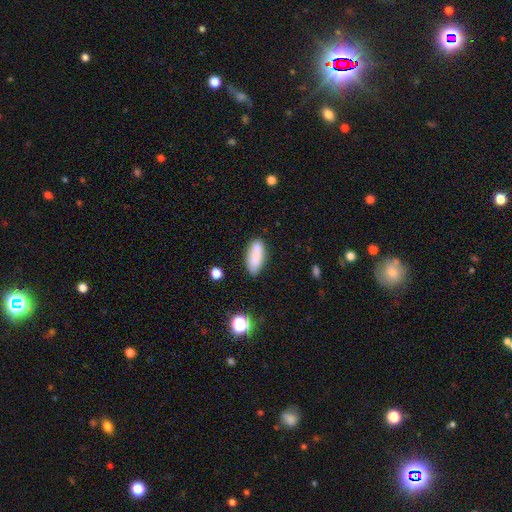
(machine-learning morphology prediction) The model was most divided on "merging": none: 71%, minor disturbance: 19%, merger: 5%, major disturbance: 5%. More confident: how rounded — in between (83%); smooth or featured — smooth (82%).